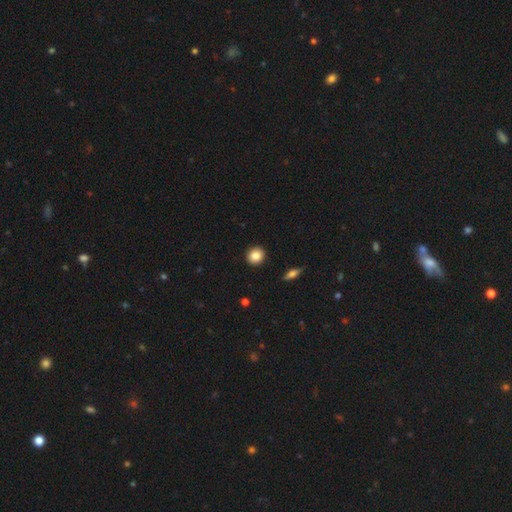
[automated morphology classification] smooth-or-featured: smooth: 85% | star or artifact: 9% | featured or disk: 6%
  how-rounded: round: 88% | in between: 10% | cigar-shaped: 1%
  merging: none: 92% | minor disturbance: 5% | major disturbance: 1% | merger: 1%